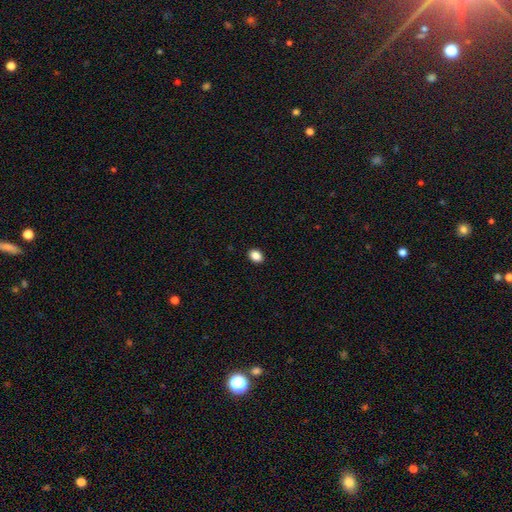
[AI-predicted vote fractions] A smooth galaxy with no disk features (88%) that is in between round and cigar-shaped (66%). Merging: none (91%).